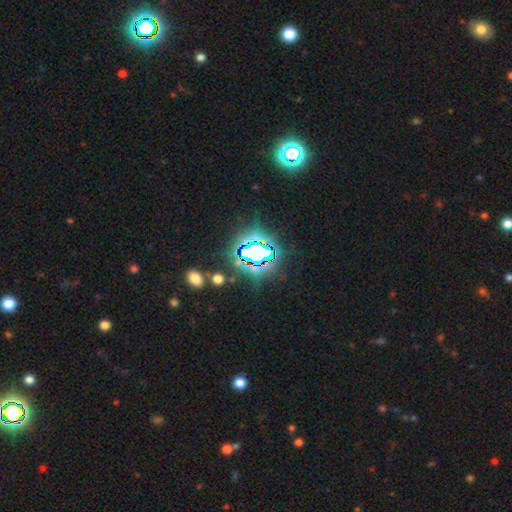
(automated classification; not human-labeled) This is likely a star or artifact rather than a galaxy (72%).